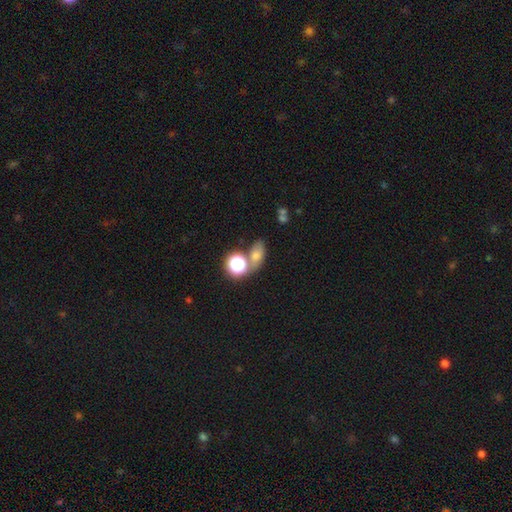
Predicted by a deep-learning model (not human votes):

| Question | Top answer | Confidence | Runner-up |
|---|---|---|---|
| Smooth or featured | smooth | 63% | star or artifact (24%) |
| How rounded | in between | 65% | round (31%) |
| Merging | none | 55% | merger (26%) |